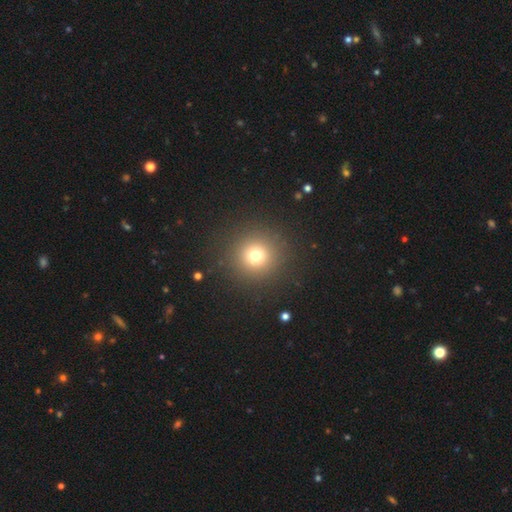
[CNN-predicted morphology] A smooth galaxy with no disk features (73%) that is round (95%). Merging: none (90%).